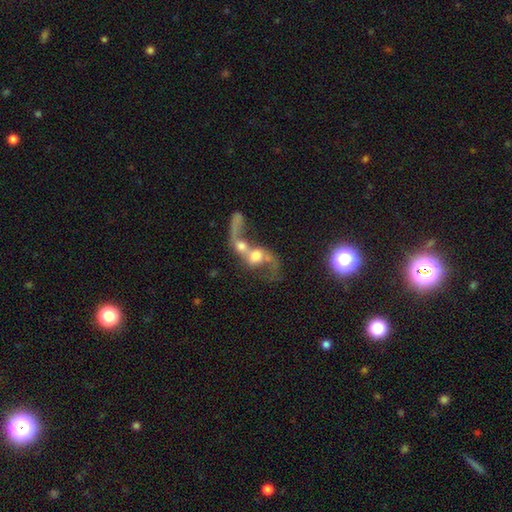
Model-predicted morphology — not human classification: The model was most divided on "smooth or featured": featured or disk: 53%, smooth: 35%, star or artifact: 11%. More confident: edge-on disk — no (93%); merging — merger (78%).